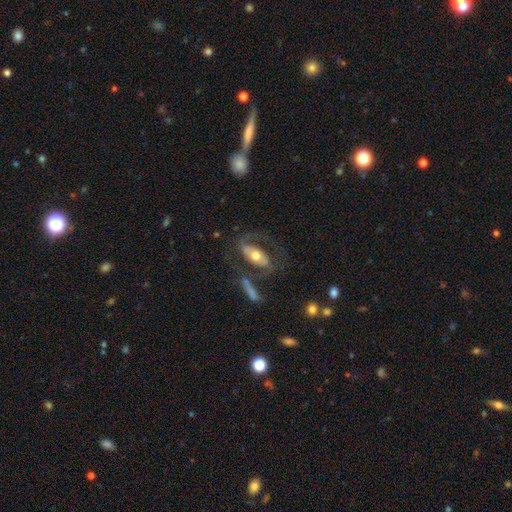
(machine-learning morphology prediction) This is likely a featured or disk galaxy (61%). It is clearly not viewed edge-on (87%). Bar: possibly no (48%). Spiral arm pattern: likely yes (62%). Central bulge: likely moderate (67%). Merging: possibly none (47%).